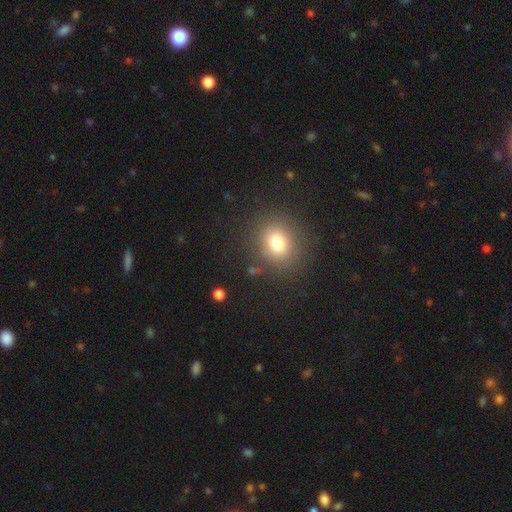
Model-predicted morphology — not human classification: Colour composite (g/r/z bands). It shows a smooth galaxy with no disk features (67%) that is round (86%). Merging: none (92%).